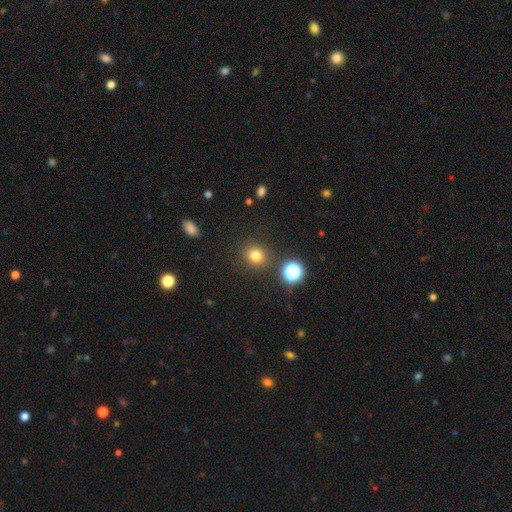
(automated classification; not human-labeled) This is likely a smooth galaxy (77%). How rounded: clearly round (85%). Merging: clearly none (87%).